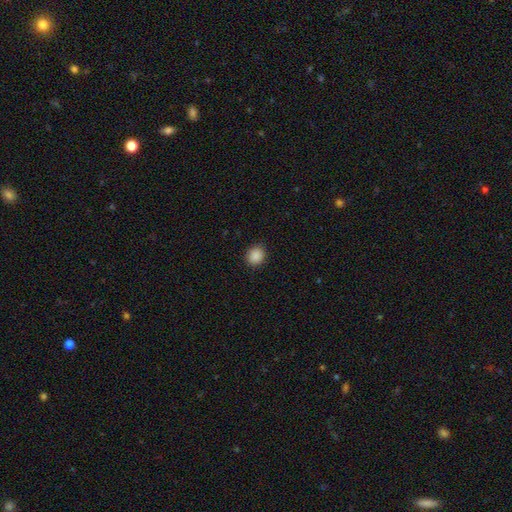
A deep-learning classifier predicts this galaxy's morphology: A smooth galaxy with no disk features (89%) that is round (74%).

Vote fractions:
- Smooth or featured? smooth: 89% / star or artifact: 9% / featured or disk: 2%
- How rounded? round: 74% / in between: 25% / cigar-shaped: 1%
- Merging? none: 90% / minor disturbance: 7% / major disturbance: 2% / merger: 1%